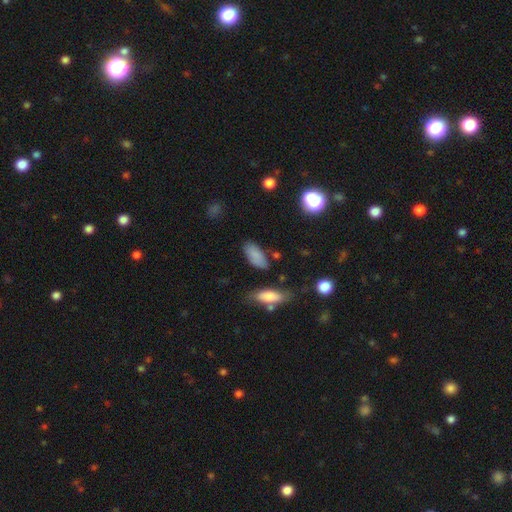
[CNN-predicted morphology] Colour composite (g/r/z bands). It shows a smooth galaxy with no disk features (84%) that is in between round and cigar-shaped (85%). Merging: none (76%).